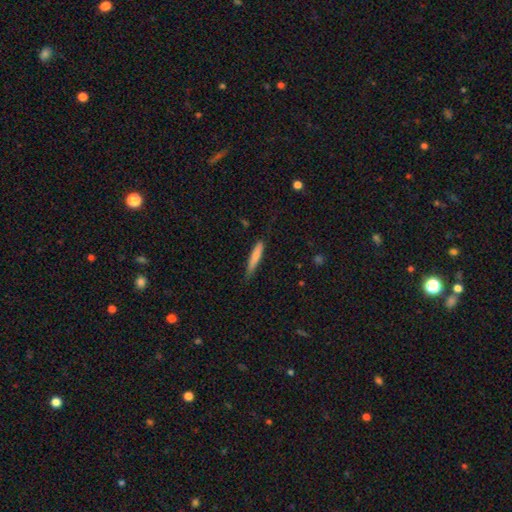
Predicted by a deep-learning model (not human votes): smooth-or-featured: smooth: 75% | featured or disk: 19% | star or artifact: 6%
  how-rounded: cigar-shaped: 91% | in between: 7% | round: 1%
  merging: none: 76% | minor disturbance: 20% | major disturbance: 3% | merger: 1%